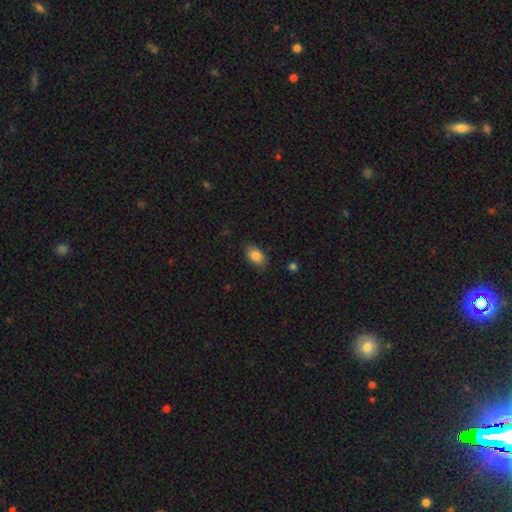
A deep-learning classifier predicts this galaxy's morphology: The model was most divided on "merging": none: 83%, minor disturbance: 13%, major disturbance: 3%, merger: 1%. More confident: how rounded — in between (89%); smooth or featured — smooth (85%).